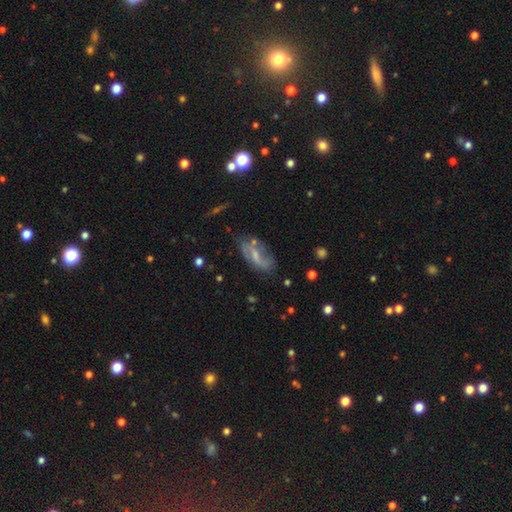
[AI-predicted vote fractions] Overall: featured or disk (61%; smooth 29%). Edge-on disk: no (90%). Bar: weak (47%; no 36%). Spiral arms: yes (76%). Bulge size: small (46%; moderate 30%). Merging: none (57%; minor disturbance 24%).